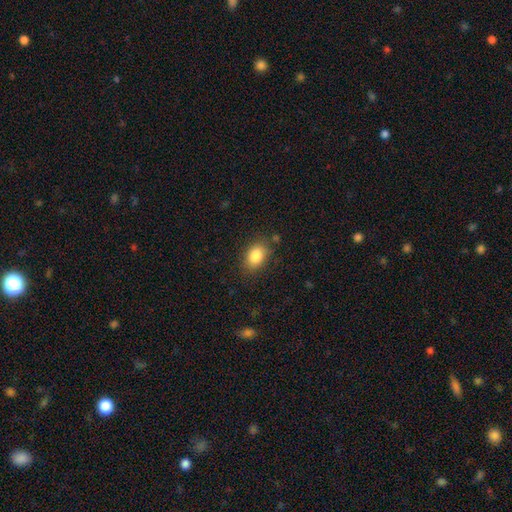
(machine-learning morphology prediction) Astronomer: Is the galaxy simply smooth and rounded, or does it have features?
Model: smooth — 85%.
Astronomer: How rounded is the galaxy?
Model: in between — 81%.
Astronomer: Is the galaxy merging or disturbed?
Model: none — 81%.